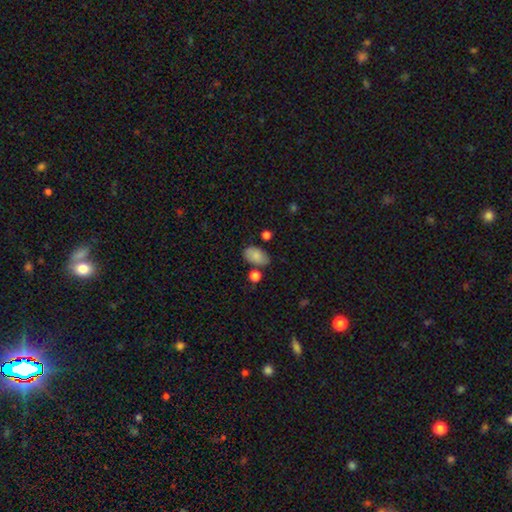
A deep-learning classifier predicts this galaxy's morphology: Overall: smooth (83%). How rounded: in between (91%). Merging: none (69%).